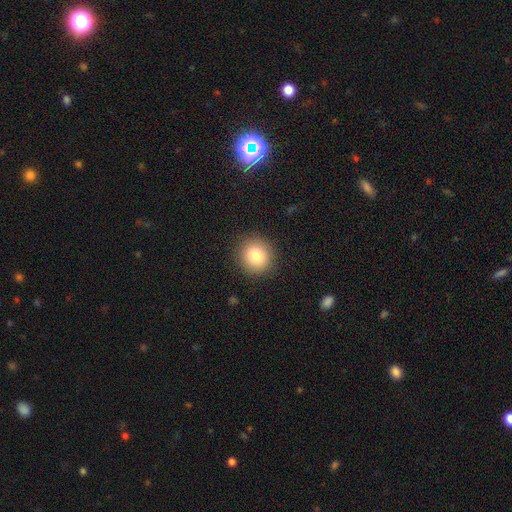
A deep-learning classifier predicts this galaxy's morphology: smooth_or_featured: smooth (p=0.82) [alt: star or artifact p=0.10]
how_rounded: round (p=0.90) [alt: in between p=0.09]
merging: none (p=0.90) [alt: minor disturbance p=0.07]